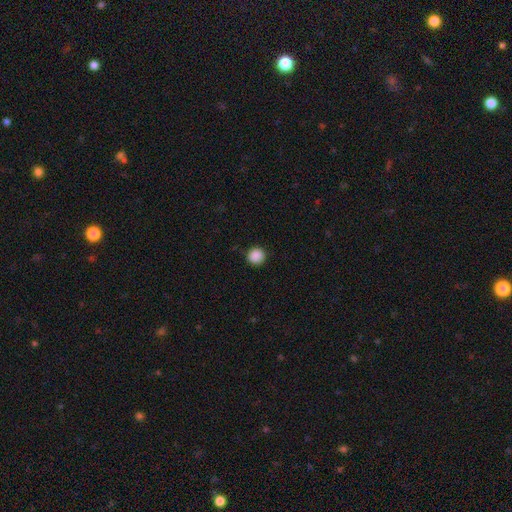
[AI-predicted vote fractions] smooth-or-featured: smooth: 88% | star or artifact: 9% | featured or disk: 3%
  how-rounded: round: 93% | in between: 6% | cigar-shaped: 1%
  merging: none: 90% | minor disturbance: 7% | major disturbance: 2% | merger: 1%